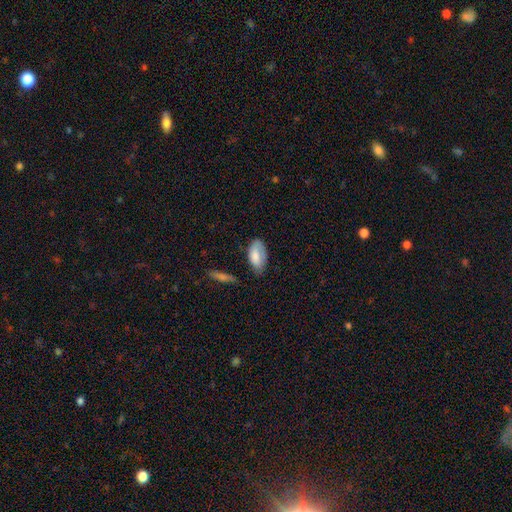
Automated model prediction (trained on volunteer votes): This appears to be a smooth galaxy with no disk features (75%) that is in between round and cigar-shaped (93%). Merging: none (58%).